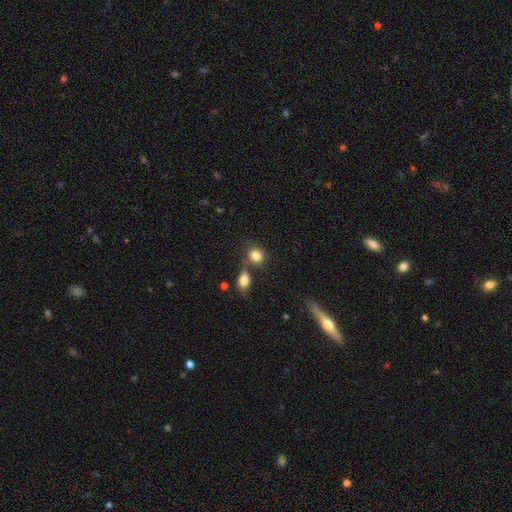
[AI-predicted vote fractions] This is clearly a smooth galaxy (83%). How rounded: likely round (75%). Merging: possibly none (56%).